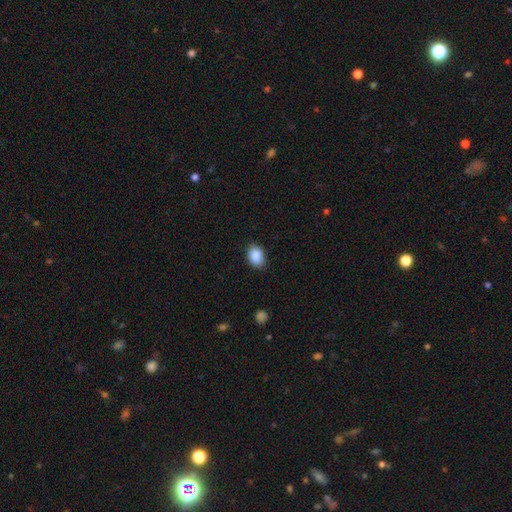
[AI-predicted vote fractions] Smooth or featured: smooth — 89% (star or artifact — 7%)
How rounded: in between — 82% (round — 17%)
Merging: none — 83% (minor disturbance — 13%)